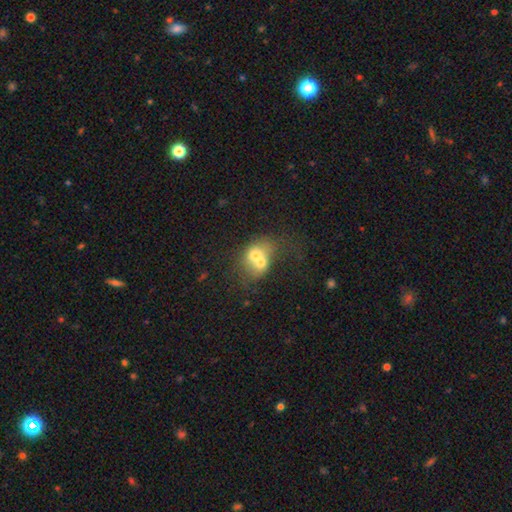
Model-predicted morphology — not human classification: A smooth galaxy with no disk features (59%) that is round (54%). Merging: merger (72%).